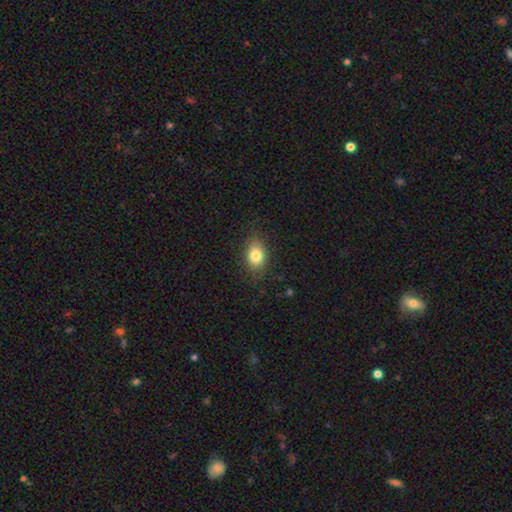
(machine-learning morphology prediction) smooth 80%, featured or disk 11%, star or artifact 10%. Down the decision tree: how rounded — in between (73%); merging — none (79%).